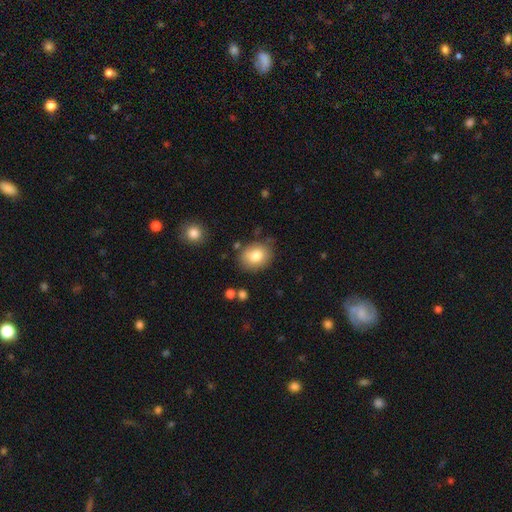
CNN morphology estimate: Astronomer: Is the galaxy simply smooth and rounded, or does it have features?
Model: smooth — 80%.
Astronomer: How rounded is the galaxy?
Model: round — 53% (runner-up: in between, 46%).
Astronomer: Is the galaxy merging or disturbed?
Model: none — 80%.